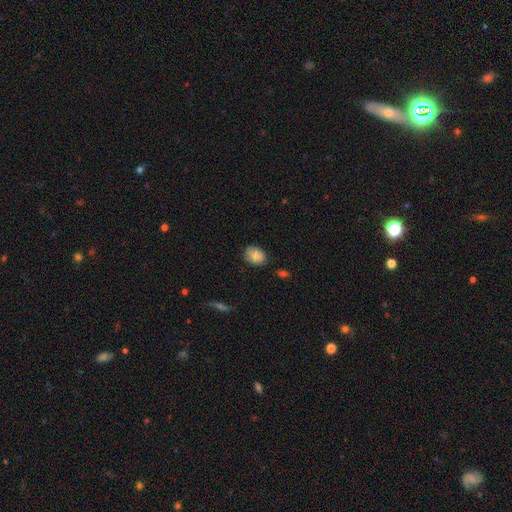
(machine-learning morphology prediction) smooth-or-featured: smooth: 84% | featured or disk: 8% | star or artifact: 8%
  how-rounded: in between: 63% | round: 36% | cigar-shaped: 1%
  merging: none: 77% | minor disturbance: 18% | major disturbance: 3% | merger: 2%